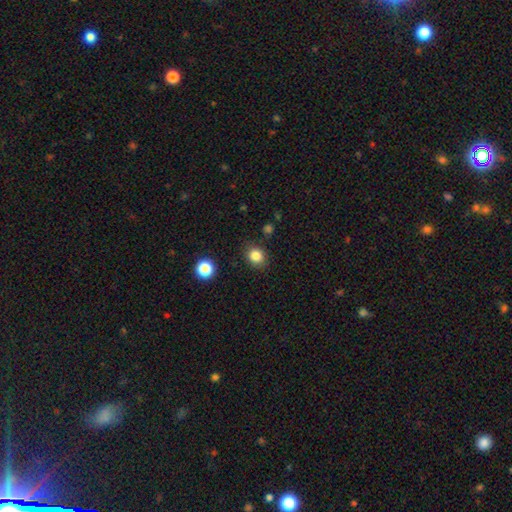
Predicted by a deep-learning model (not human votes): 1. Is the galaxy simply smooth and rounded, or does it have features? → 83% smooth, 11% star or artifact, 5% featured or disk.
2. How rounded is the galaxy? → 68% round, 31% in between, 1% cigar-shaped.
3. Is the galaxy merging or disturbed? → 85% none, 10% minor disturbance, 3% major disturbance, 2% merger.